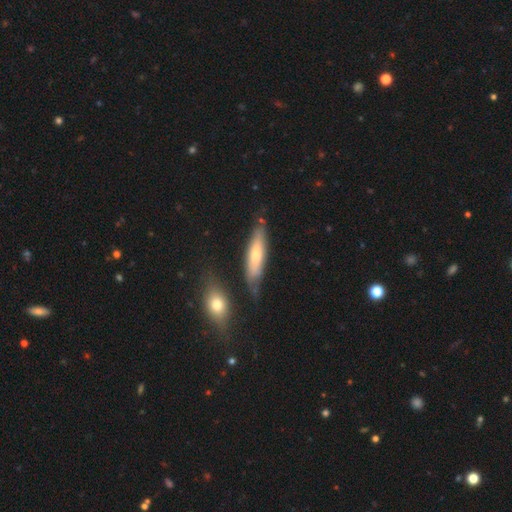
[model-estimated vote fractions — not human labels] A smooth galaxy with no disk features (51%) that is cigar-shaped (68%). Merging: none (69%).